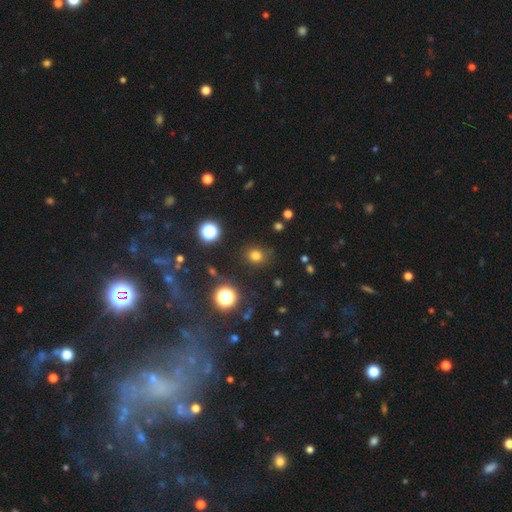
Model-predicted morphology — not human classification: smooth 74%, star or artifact 21%, featured or disk 5%. Down the decision tree: how rounded — round (80%); merging — none (85%).